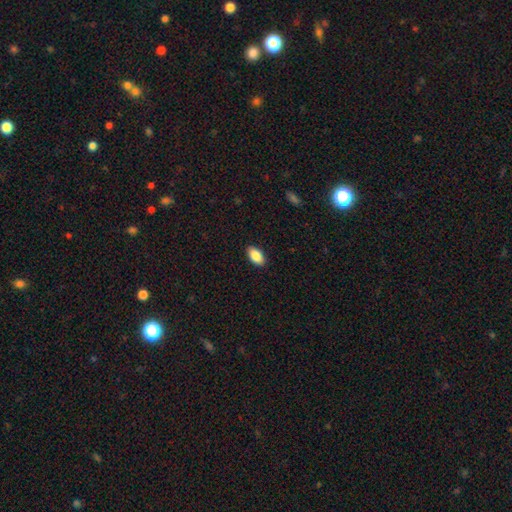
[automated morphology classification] type=smooth (87%); roundness=in between (94%); merging=none (90%).